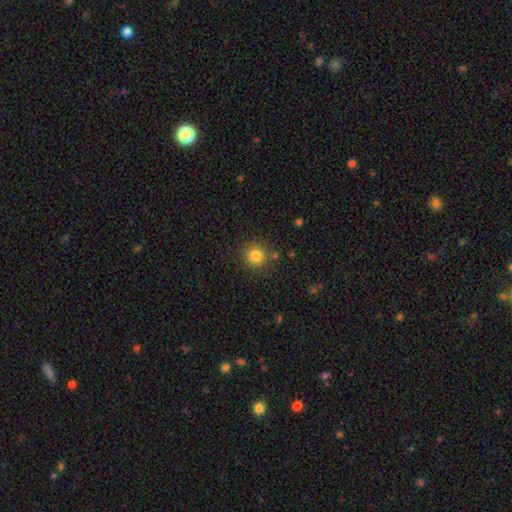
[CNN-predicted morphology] Overall: smooth (82%). How rounded: round (92%). Merging: none (84%).